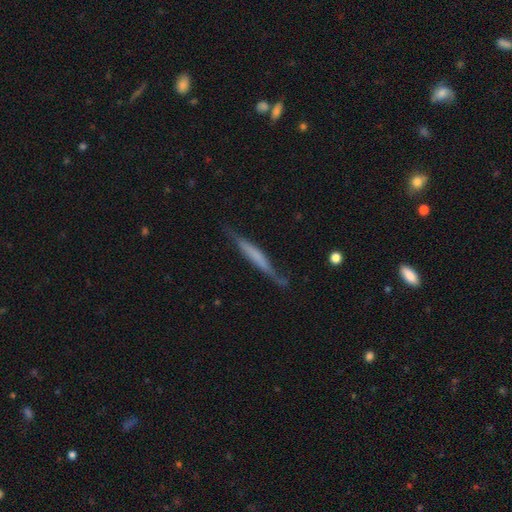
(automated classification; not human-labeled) Q: Smooth or featured?
A: featured or disk (53%); runner-up: smooth (41%)
Q: Edge-on disk?
A: yes (90%); runner-up: no (10%)
Q: Merging?
A: none (65%); runner-up: minor disturbance (25%)